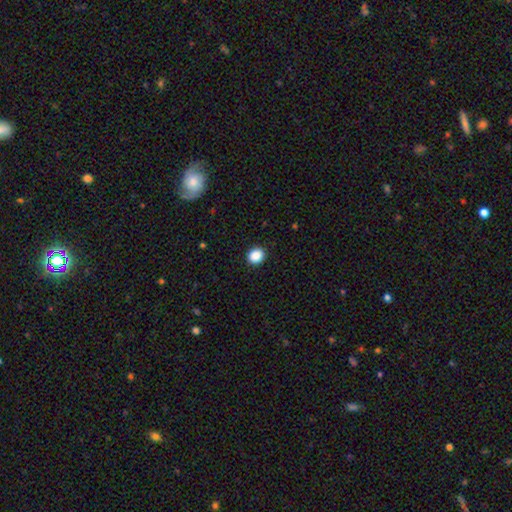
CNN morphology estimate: Smooth or featured? Predicted: smooth (p=0.89). How rounded? Predicted: round (p=0.77). Merging? Predicted: none (p=0.92).